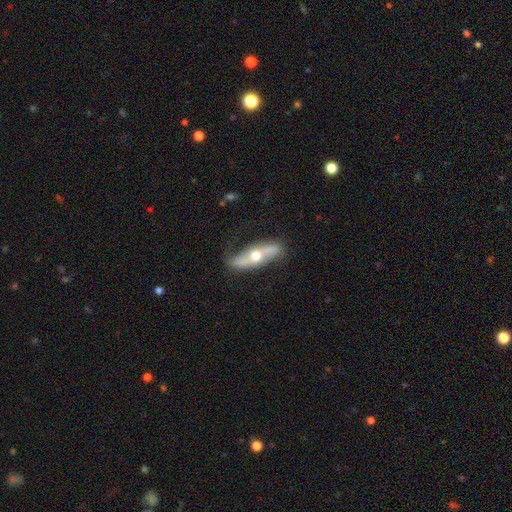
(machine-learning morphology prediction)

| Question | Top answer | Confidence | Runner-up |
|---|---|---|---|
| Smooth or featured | featured or disk | 69% | smooth (26%) |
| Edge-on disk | no | 57% | yes (43%) |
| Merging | none | 74% | minor disturbance (18%) |